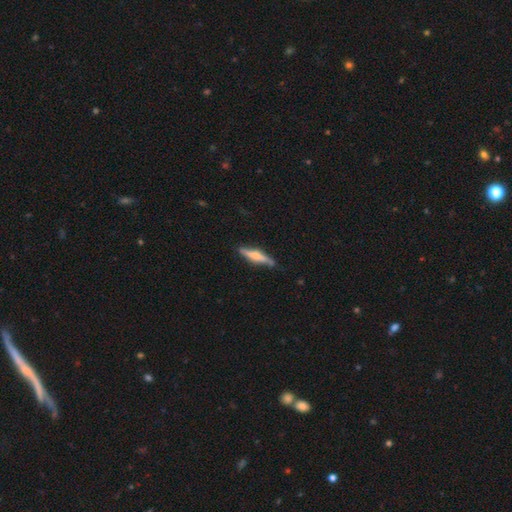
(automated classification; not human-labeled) Smooth or featured? Predicted: featured or disk (p=0.48). Merging? Predicted: none (p=0.78).